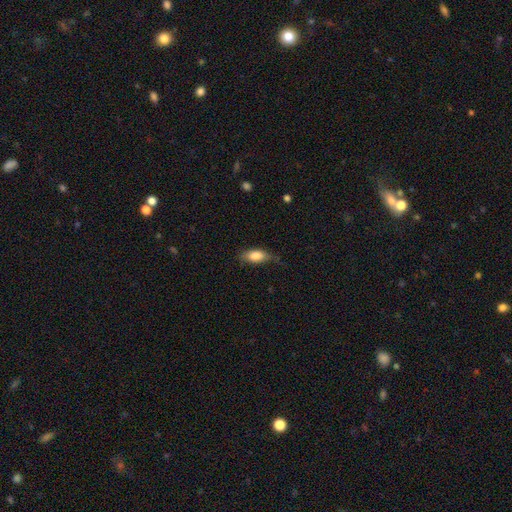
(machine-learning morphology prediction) Smooth or featured? Predicted: smooth (p=0.82). How rounded? Predicted: in between (p=0.84). Merging? Predicted: none (p=0.61).